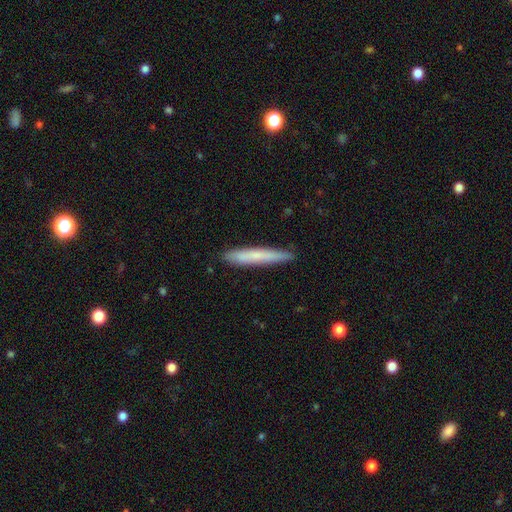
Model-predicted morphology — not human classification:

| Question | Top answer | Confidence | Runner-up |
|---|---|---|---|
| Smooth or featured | smooth | 67% | featured or disk (27%) |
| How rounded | cigar-shaped | 95% | in between (4%) |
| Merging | none | 88% | minor disturbance (9%) |